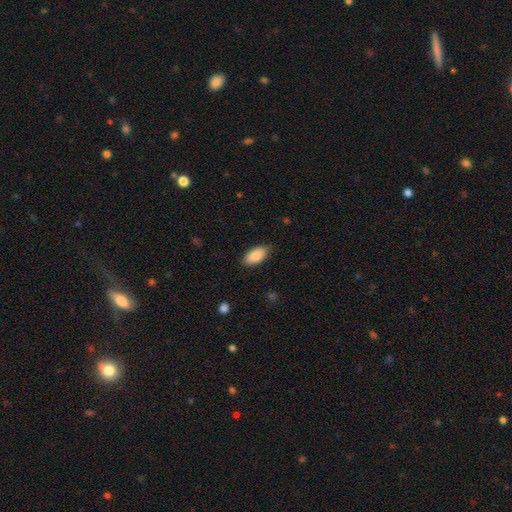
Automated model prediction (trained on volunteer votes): smooth-or-featured: smooth: 86% | featured or disk: 8% | star or artifact: 6%
  how-rounded: in between: 93% | cigar-shaped: 5% | round: 3%
  merging: none: 83% | minor disturbance: 14% | major disturbance: 2% | merger: 1%